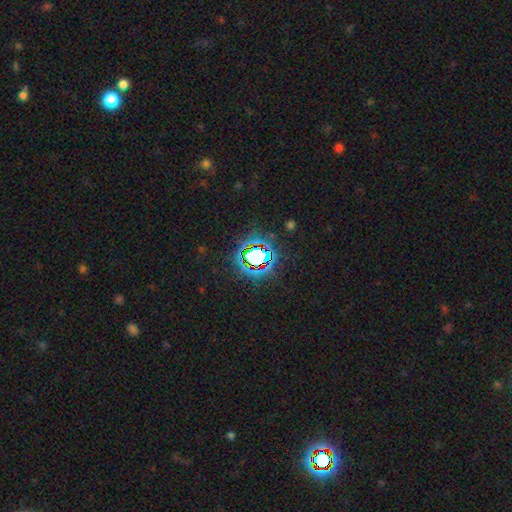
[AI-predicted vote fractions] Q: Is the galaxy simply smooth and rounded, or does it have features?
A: star or artifact — 74%.